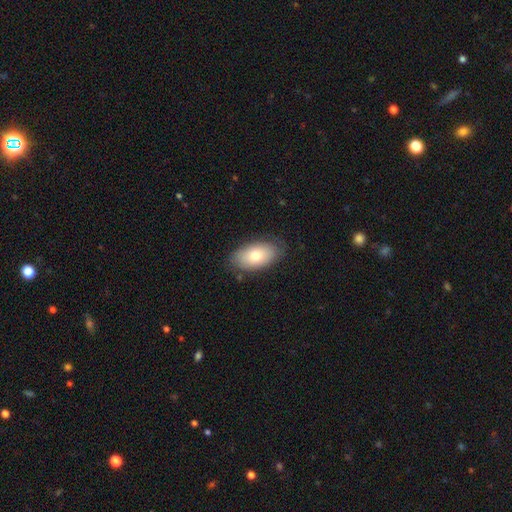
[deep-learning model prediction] Smooth or featured?
  - smooth: 74% *
  - featured or disk: 19%
  - star or artifact: 7%
How rounded?
  - in between: 93% *
  - round: 5%
  - cigar-shaped: 2%
Merging?
  - none: 81% *
  - minor disturbance: 14%
  - major disturbance: 3%
  - merger: 1%